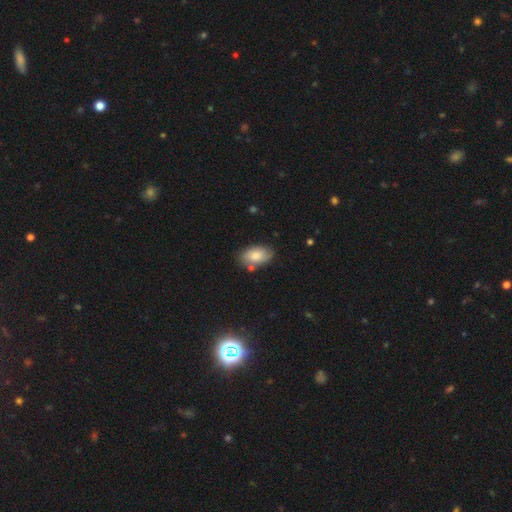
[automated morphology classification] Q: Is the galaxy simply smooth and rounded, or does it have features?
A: smooth — 81%.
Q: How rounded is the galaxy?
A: in between — 93%.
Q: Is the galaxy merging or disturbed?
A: none — 74%.